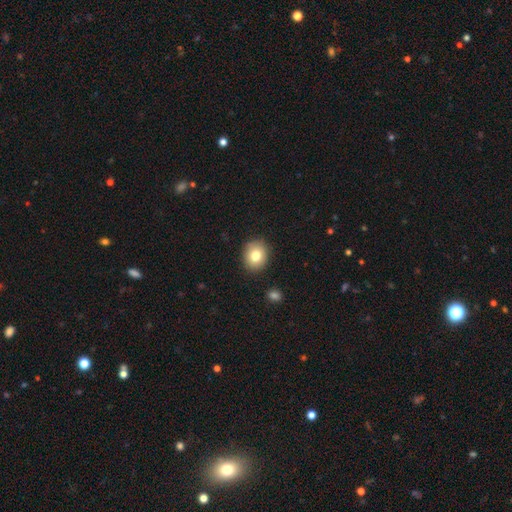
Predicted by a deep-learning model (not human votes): Overall: smooth (79%). How rounded: round (65%; in between 34%). Merging: none (88%).